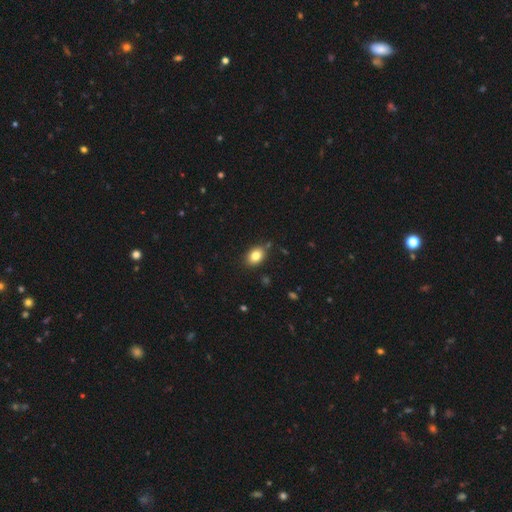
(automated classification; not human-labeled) A smooth galaxy with no disk features (83%) that is in between round and cigar-shaped (74%). Merging: none (82%).